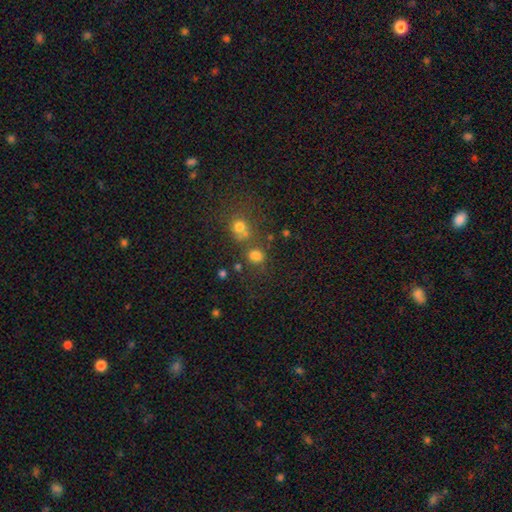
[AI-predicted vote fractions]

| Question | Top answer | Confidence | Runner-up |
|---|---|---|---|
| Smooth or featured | smooth | 74% | star or artifact (19%) |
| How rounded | round | 72% | in between (26%) |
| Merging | none | 59% | merger (22%) |